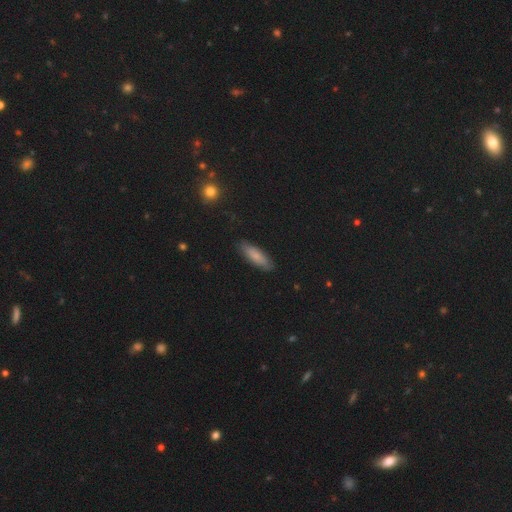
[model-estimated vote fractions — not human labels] Overall: smooth (75%). How rounded: in between (54%; cigar-shaped 44%). Merging: none (84%).